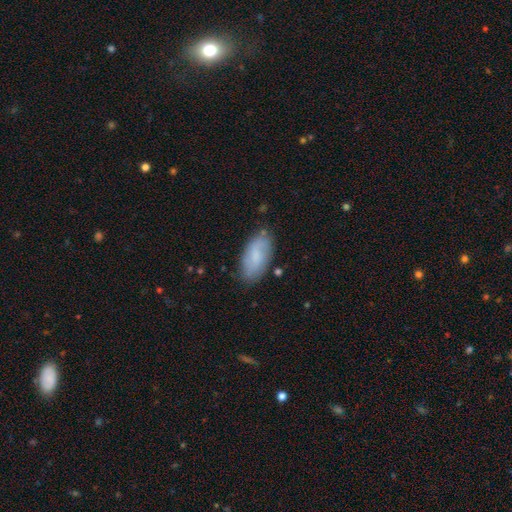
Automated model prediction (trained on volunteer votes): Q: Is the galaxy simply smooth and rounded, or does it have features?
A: smooth — 69%.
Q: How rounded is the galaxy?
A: in between — 92%.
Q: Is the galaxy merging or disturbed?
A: none — 79%.